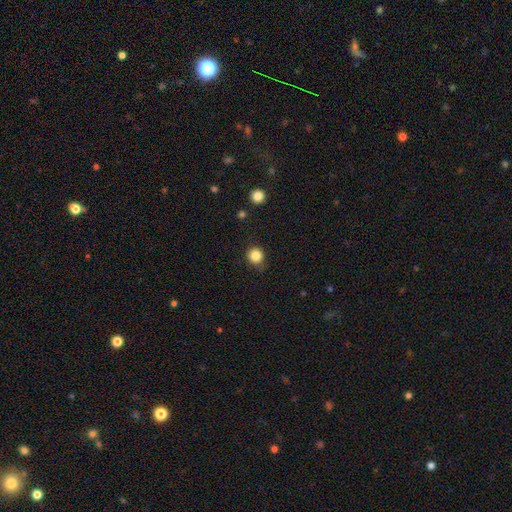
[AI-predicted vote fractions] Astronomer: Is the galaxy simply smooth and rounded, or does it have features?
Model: smooth — 85%.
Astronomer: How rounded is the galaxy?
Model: round — 90%.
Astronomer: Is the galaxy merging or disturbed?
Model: none — 79%.